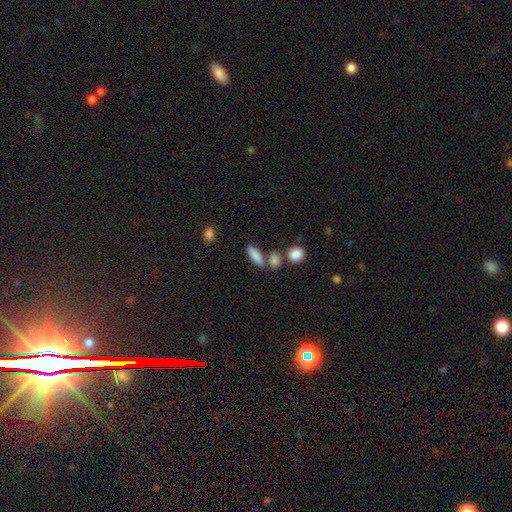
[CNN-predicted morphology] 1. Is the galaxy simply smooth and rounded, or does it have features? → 85% smooth, 8% star or artifact, 7% featured or disk.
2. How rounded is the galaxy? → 61% in between, 34% cigar-shaped, 4% round.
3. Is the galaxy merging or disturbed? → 67% none, 18% merger, 11% minor disturbance, 4% major disturbance.